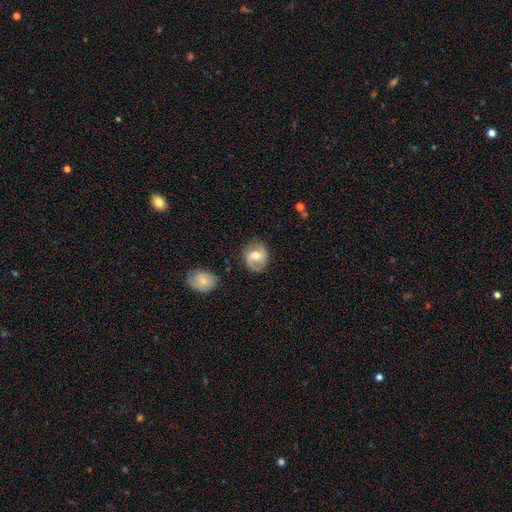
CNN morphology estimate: A featured or disk galaxy (58%) with a weak bar (46%), spiral arms (84%) and a moderate central bulge (68%).

Vote fractions:
- Smooth or featured? featured or disk: 58% / smooth: 35% / star or artifact: 7%
- Edge-on disk? no: 96% / yes: 4%
- Bar? weak: 46% / no: 39% / strong: 15%
- Spiral arms? yes: 84% / no: 16%
- Bulge size? moderate: 68% / small: 22% / large: 6% / none: 2% / dominant: 1%
- Merging? none: 74% / minor disturbance: 18% / major disturbance: 6% / merger: 2%